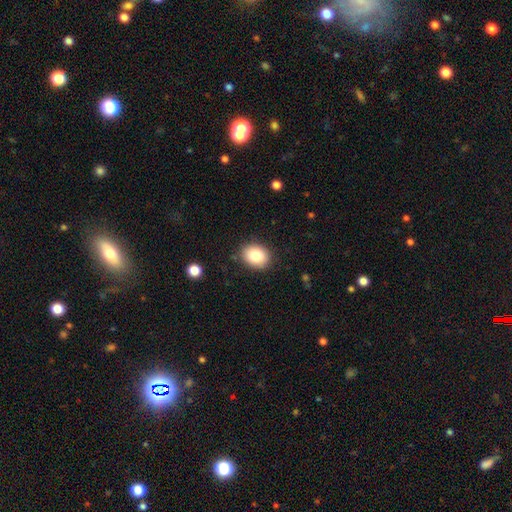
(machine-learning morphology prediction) smooth-or-featured: smooth: 83% | star or artifact: 9% | featured or disk: 8%
  how-rounded: in between: 52% | round: 48% | cigar-shaped: 1%
  merging: none: 87% | minor disturbance: 10% | major disturbance: 2% | merger: 1%